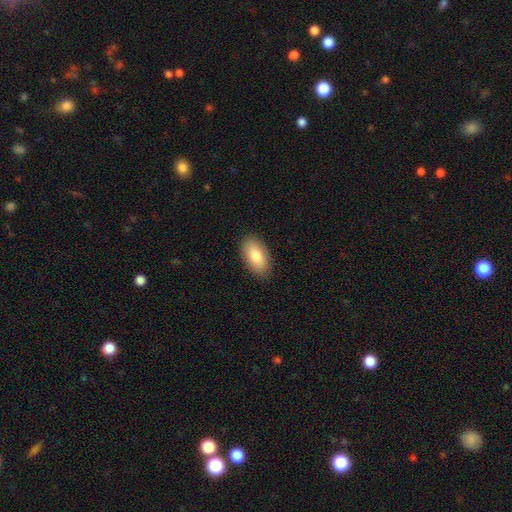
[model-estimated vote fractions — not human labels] smooth 84%, featured or disk 10%, star or artifact 6%. Down the decision tree: how rounded — in between (94%); merging — none (88%).